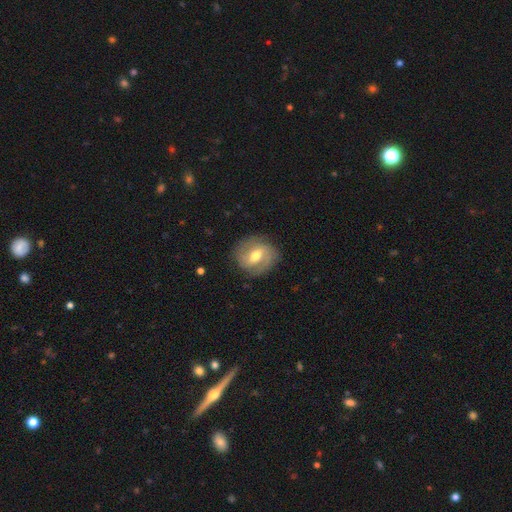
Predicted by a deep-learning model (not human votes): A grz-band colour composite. It shows a featured or disk galaxy (65%) with a weak bar (50%), spiral arms (78%) and a moderate central bulge (75%). Merging: none (80%).